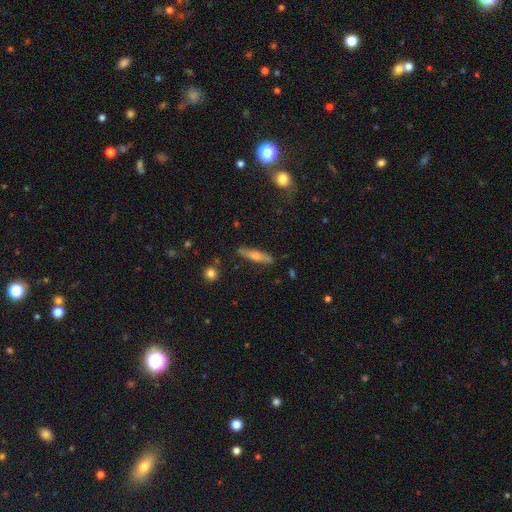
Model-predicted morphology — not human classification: type=smooth (52%); roundness=cigar-shaped (84%); merging=none (86%).